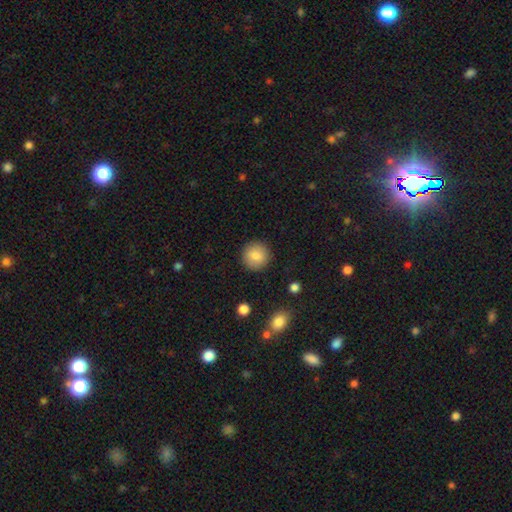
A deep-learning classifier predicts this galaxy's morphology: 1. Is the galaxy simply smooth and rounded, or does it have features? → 84% smooth, 8% featured or disk, 8% star or artifact.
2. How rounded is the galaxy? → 94% round, 5% in between, 1% cigar-shaped.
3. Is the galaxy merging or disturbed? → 91% none, 6% minor disturbance, 2% major disturbance, 1% merger.